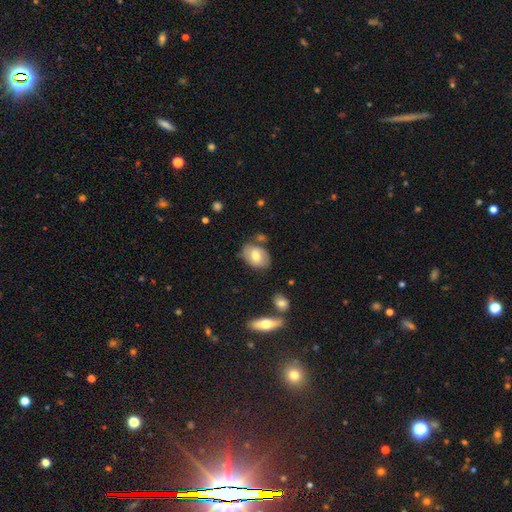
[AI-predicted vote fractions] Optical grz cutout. It shows a smooth galaxy with no disk features (66%) that is in between round and cigar-shaped (80%). Merging: none (70%).